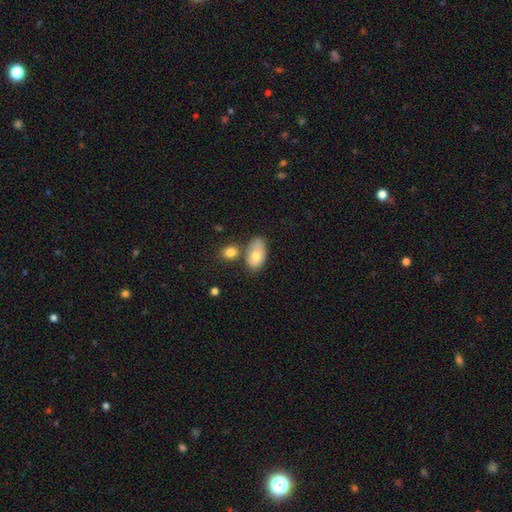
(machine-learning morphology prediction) Smooth or featured? Predicted: smooth (p=0.74). How rounded? Predicted: in between (p=0.91). Merging? Predicted: none (p=0.51).